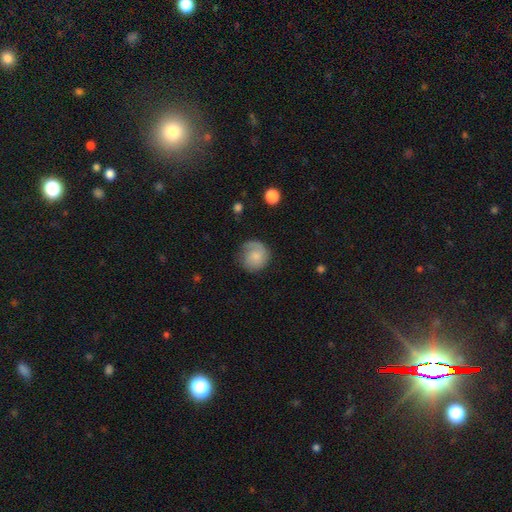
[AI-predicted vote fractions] Smooth or featured? Predicted: smooth (p=0.61). How rounded? Predicted: round (p=0.86). Merging? Predicted: none (p=0.63).